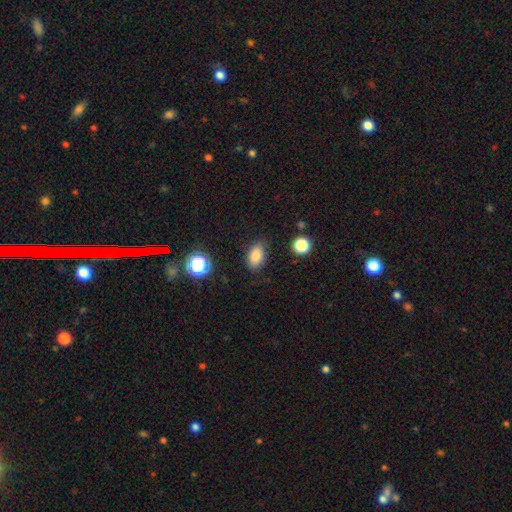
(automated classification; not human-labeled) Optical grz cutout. It shows a smooth galaxy with no disk features (83%) that is in between round and cigar-shaped (88%). Merging: none (81%).